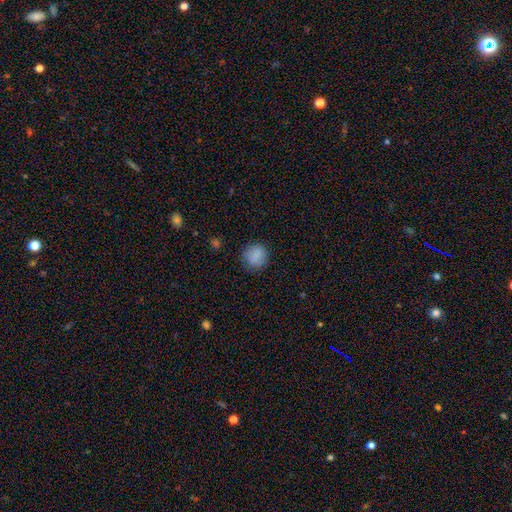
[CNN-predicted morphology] smooth-or-featured: smooth: 84% | star or artifact: 9% | featured or disk: 7%
  how-rounded: round: 85% | in between: 14% | cigar-shaped: 1%
  merging: none: 83% | minor disturbance: 12% | major disturbance: 4% | merger: 1%